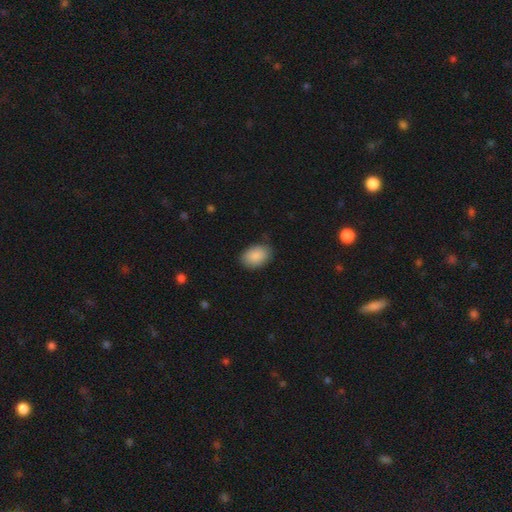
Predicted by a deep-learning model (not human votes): smooth 89%, star or artifact 7%, featured or disk 4%. Down the decision tree: how rounded — in between (83%); merging — none (83%).